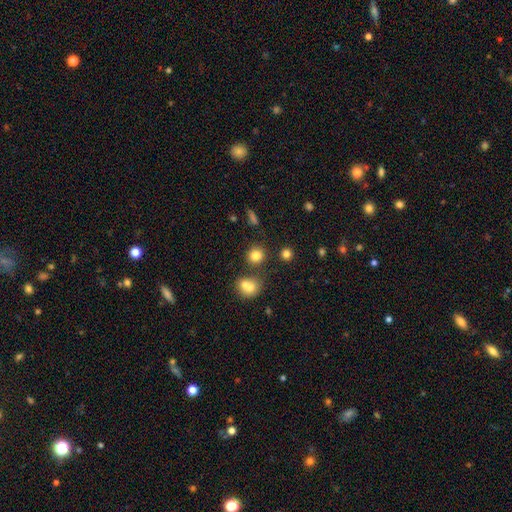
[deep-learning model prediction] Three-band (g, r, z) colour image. It shows a smooth galaxy with no disk features (80%) that is round (84%). Merging: none (75%).